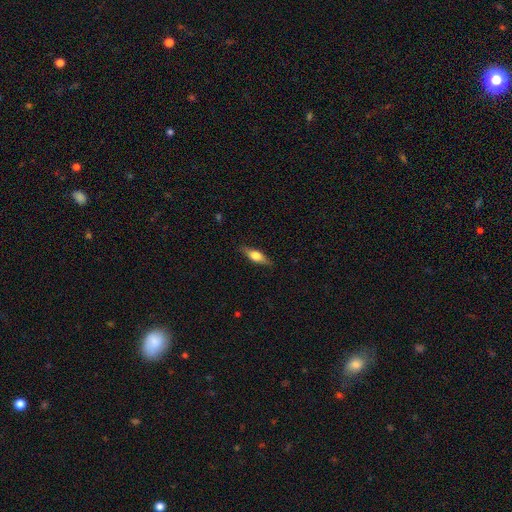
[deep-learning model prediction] Smooth or featured: featured or disk — 48% (smooth — 46%)
Merging: none — 85% (minor disturbance — 11%)